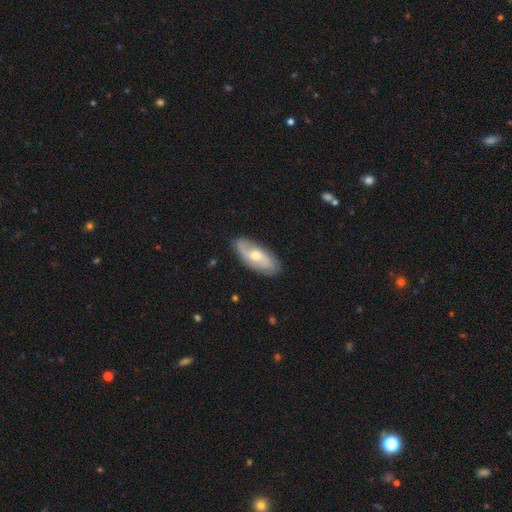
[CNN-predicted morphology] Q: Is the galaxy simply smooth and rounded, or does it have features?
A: featured or disk — 69%.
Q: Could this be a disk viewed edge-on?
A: no — 90%.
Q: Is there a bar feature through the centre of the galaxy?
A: no — 54%.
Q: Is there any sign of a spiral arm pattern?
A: yes — 88%.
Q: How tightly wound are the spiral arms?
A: loose — 42%.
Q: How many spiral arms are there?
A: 2 — 77%.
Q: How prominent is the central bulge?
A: moderate — 60%.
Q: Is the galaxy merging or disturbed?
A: none — 83%.